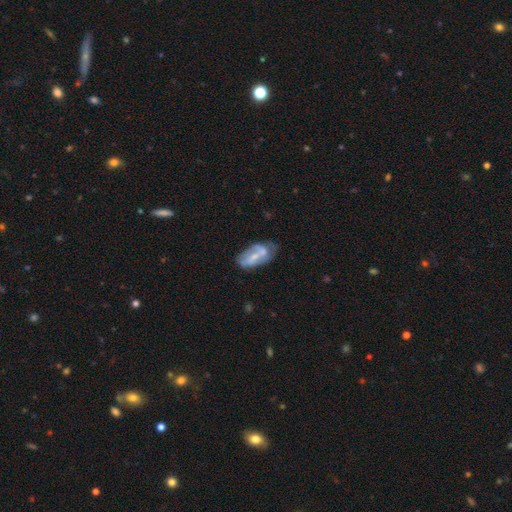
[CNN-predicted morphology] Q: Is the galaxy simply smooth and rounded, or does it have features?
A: featured or disk — 63%.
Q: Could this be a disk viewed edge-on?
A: no — 93%.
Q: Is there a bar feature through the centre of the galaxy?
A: weak — 40%.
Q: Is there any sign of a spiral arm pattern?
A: yes — 64%.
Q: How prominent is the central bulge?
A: small — 49%.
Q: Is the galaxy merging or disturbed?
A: none — 51%.